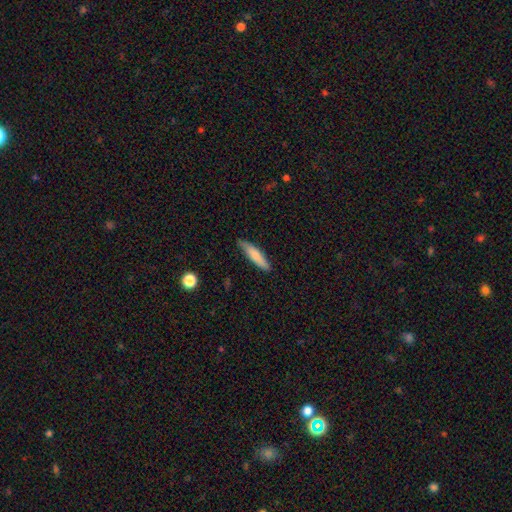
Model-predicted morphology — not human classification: Smooth or featured? smooth (73%)
How rounded? cigar-shaped (78%)
Merging? none (80%)